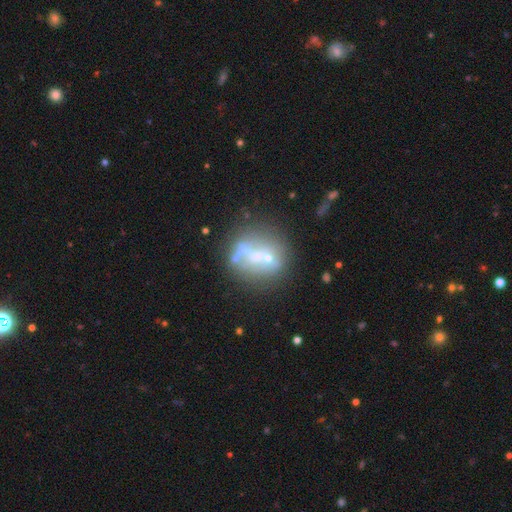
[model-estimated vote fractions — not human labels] smooth-or-featured: featured or disk: 51% | smooth: 30% | star or artifact: 19%
  disk-edge-on: no: 94% | yes: 6%
  merging: none: 46% | merger: 26% | minor disturbance: 14% | major disturbance: 13%